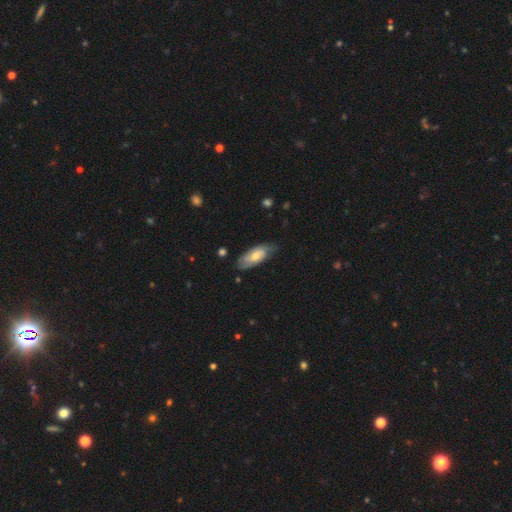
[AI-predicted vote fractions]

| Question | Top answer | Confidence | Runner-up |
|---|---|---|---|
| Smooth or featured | smooth | 49% | featured or disk (45%) |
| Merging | none | 70% | minor disturbance (23%) |